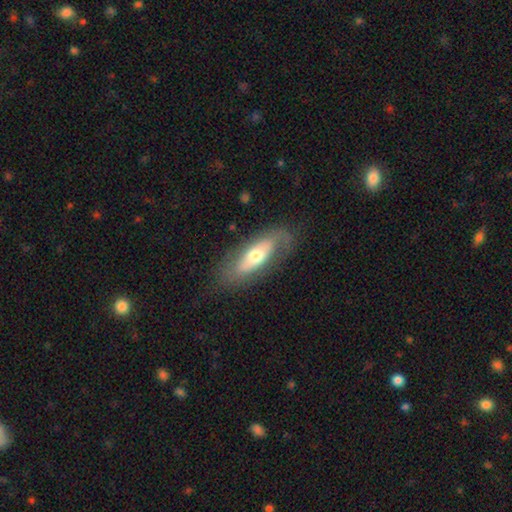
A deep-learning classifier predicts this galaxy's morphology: Smooth or featured: featured or disk — 53% (smooth — 41%)
Edge-on disk: no — 74% (yes — 26%)
Merging: none — 72% (minor disturbance — 17%)